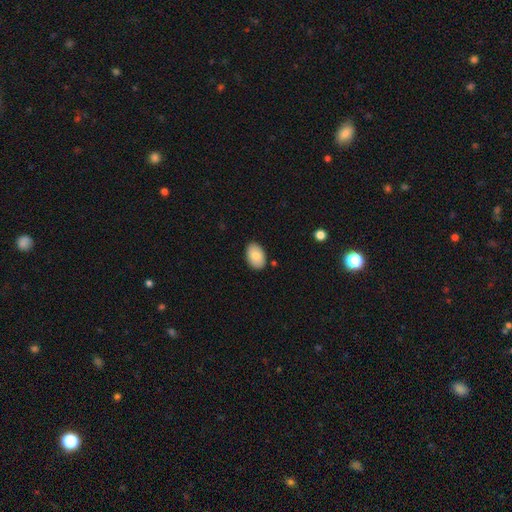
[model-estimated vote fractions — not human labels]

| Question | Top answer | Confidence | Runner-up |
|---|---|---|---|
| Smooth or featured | smooth | 83% | featured or disk (11%) |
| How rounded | in between | 92% | round (7%) |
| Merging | none | 87% | minor disturbance (10%) |